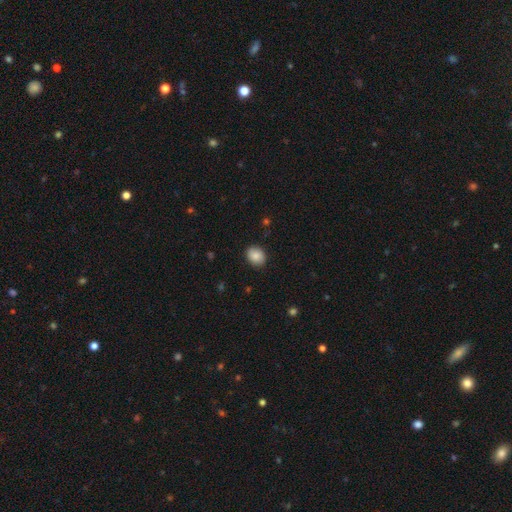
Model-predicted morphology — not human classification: Overall: smooth (87%). How rounded: round (58%; in between 41%). Merging: none (88%).